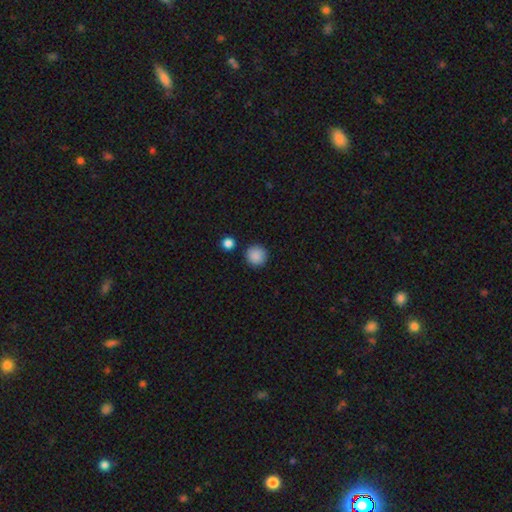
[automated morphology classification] Overall: smooth (88%). How rounded: round (94%). Merging: none (88%).